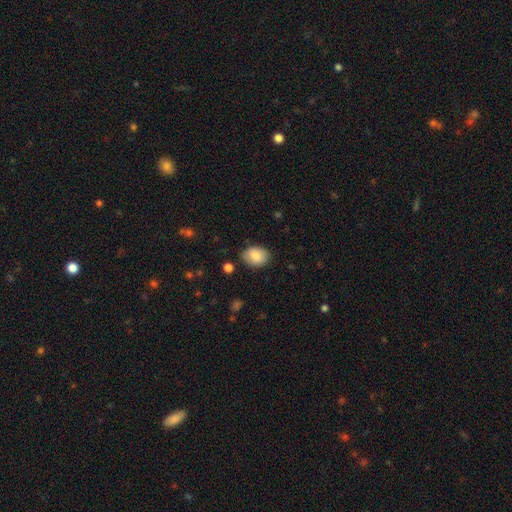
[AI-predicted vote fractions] Q: Smooth or featured?
A: smooth (85%); runner-up: featured or disk (7%)
Q: How rounded?
A: in between (66%); runner-up: round (33%)
Q: Merging?
A: none (81%); runner-up: minor disturbance (15%)